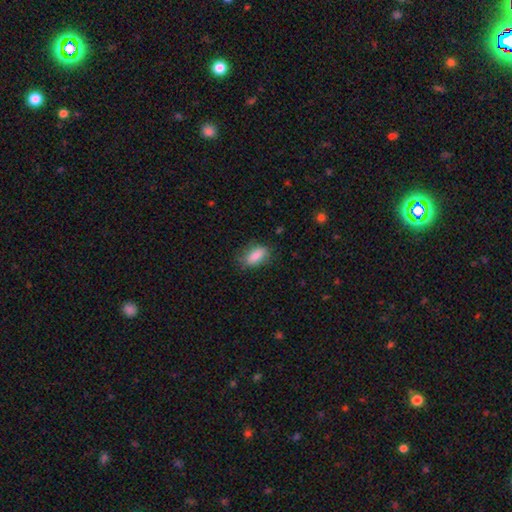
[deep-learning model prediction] This is clearly a smooth galaxy (85%). How rounded: clearly in between (84%). Merging: likely none (74%).